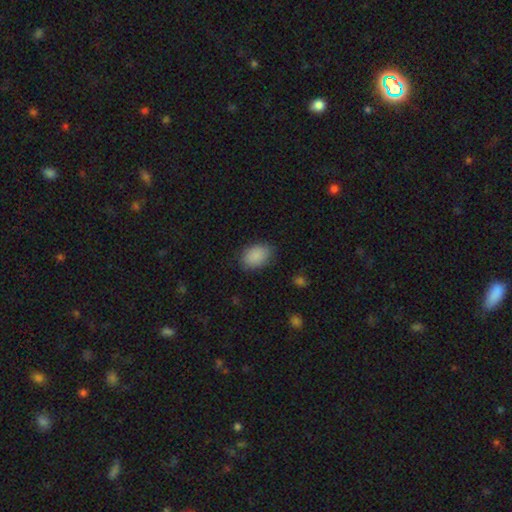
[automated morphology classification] smooth_or_featured: smooth (p=0.89) [alt: star or artifact p=0.07]
how_rounded: in between (p=0.82) [alt: round p=0.17]
merging: none (p=0.82) [alt: minor disturbance p=0.13]